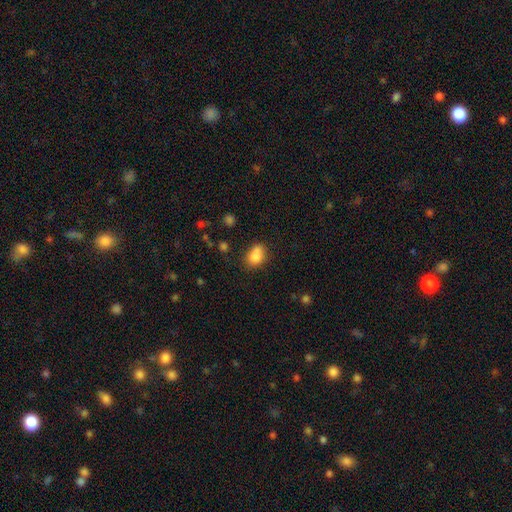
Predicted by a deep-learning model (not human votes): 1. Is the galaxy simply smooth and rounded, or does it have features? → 81% smooth, 10% star or artifact, 9% featured or disk.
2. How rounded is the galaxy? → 69% in between, 29% round, 2% cigar-shaped.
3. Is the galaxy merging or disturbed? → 50% none, 22% merger, 21% minor disturbance, 6% major disturbance.